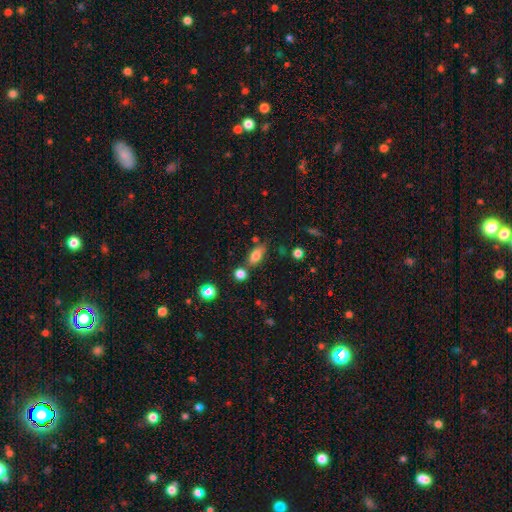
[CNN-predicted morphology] This is likely a smooth galaxy (77%). How rounded: clearly in between (80%). Merging: likely none (65%).